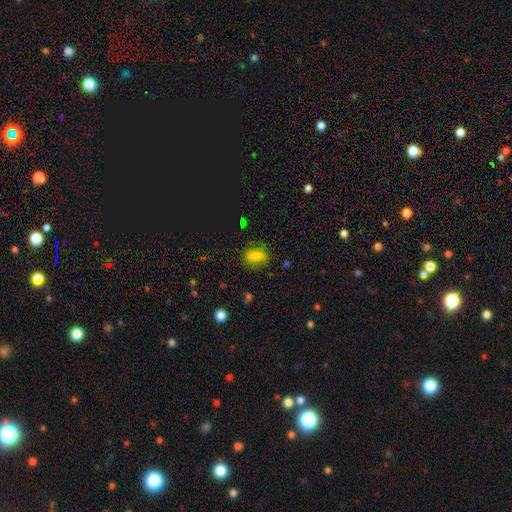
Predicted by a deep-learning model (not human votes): Overall: smooth (76%). How rounded: in between (62%; round 36%). Merging: none (78%).